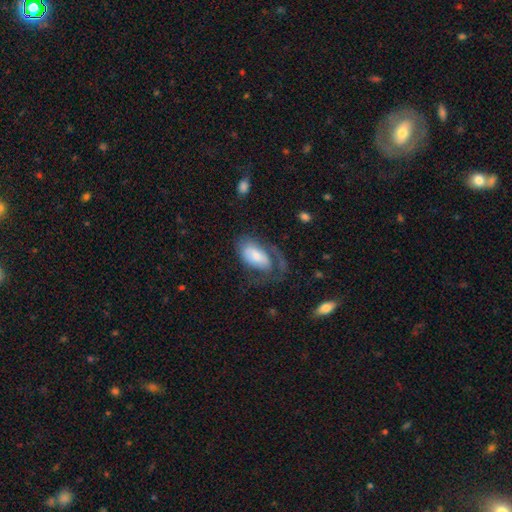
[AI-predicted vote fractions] smooth 49%, featured or disk 44%, star or artifact 6%. Down the decision tree: merging — major disturbance (42%).